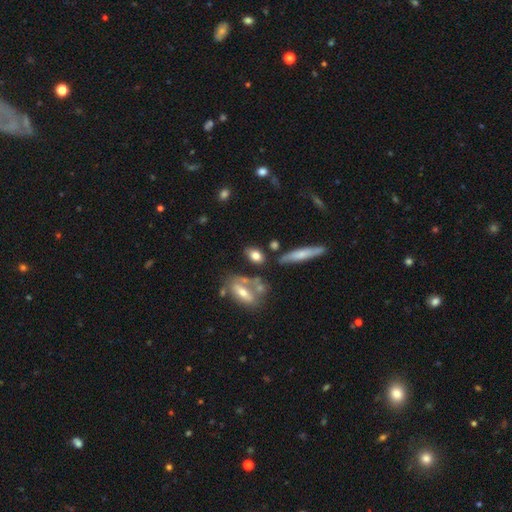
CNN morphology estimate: A smooth galaxy with no disk features (75%) that is in between round and cigar-shaped (79%).

Vote fractions:
- Smooth or featured? smooth: 75% / featured or disk: 16% / star or artifact: 9%
- How rounded? in between: 79% / cigar-shaped: 11% / round: 10%
- Merging? none: 66% / minor disturbance: 15% / merger: 12% / major disturbance: 6%